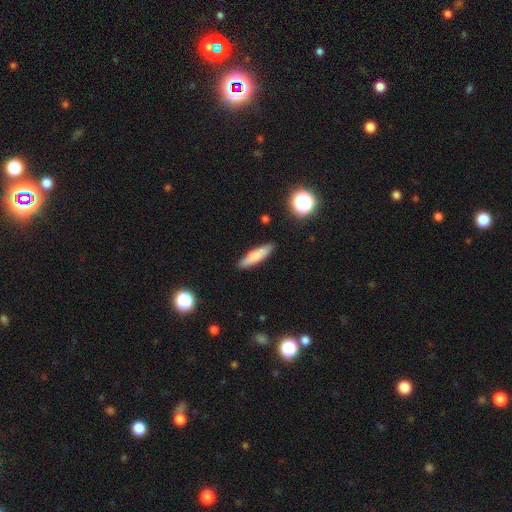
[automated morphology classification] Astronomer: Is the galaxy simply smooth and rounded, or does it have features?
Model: smooth — 76%.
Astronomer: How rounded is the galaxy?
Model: cigar-shaped — 68%.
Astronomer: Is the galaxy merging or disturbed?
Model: none — 87%.